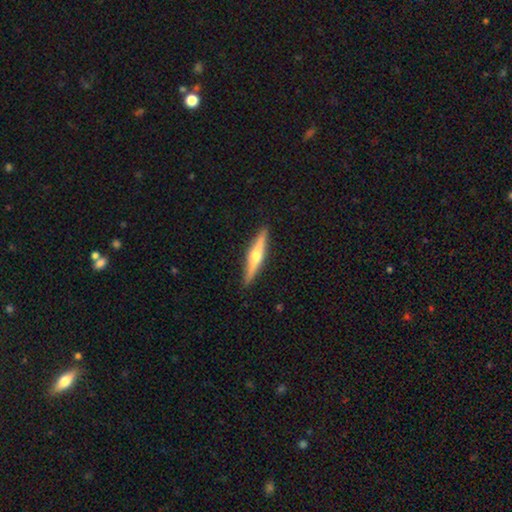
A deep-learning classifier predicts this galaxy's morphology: smooth-or-featured: featured or disk: 66% | smooth: 29% | star or artifact: 5%
  disk-edge-on: yes: 97% | no: 3%
    edge-on-bulge: rounded: 91% | none: 5% | boxy: 4%
  merging: none: 91% | minor disturbance: 7% | major disturbance: 2% | merger: 1%